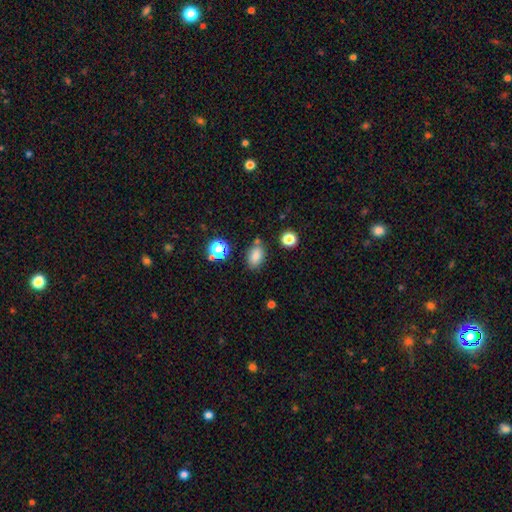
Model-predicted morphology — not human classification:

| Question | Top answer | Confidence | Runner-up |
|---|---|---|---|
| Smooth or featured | smooth | 80% | star or artifact (13%) |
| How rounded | in between | 84% | round (14%) |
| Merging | none | 72% | minor disturbance (16%) |